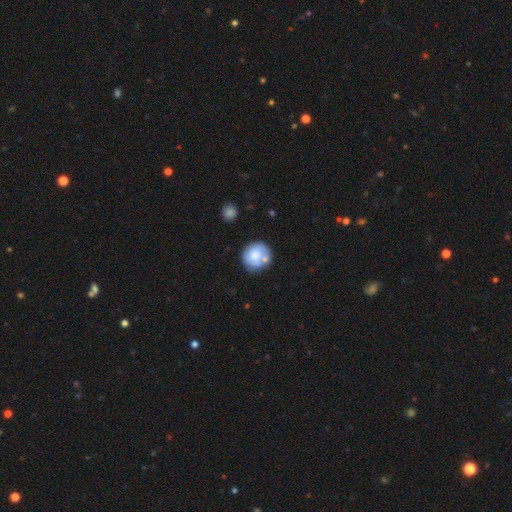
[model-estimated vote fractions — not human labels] Morphology: type=smooth (69%); roundness=round (87%); merging=none (63%).